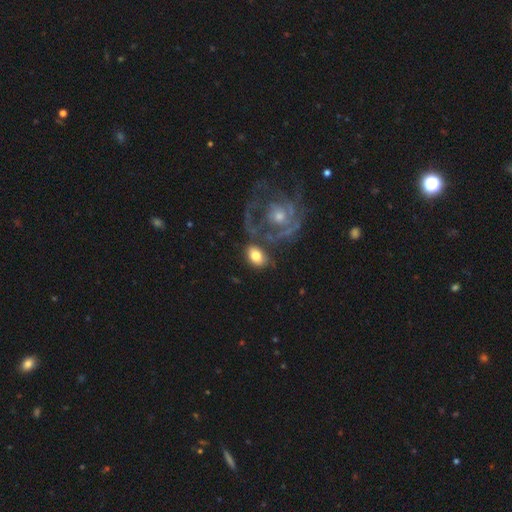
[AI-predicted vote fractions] This is likely a smooth galaxy (70%). How rounded: likely in between (78%). Merging: possibly none (54%).